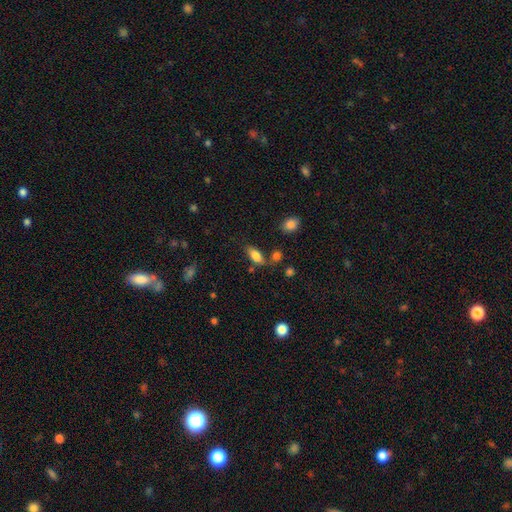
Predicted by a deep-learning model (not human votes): Smooth or featured?
  - smooth: 81% *
  - featured or disk: 11%
  - star or artifact: 8%
How rounded?
  - in between: 86% *
  - cigar-shaped: 10%
  - round: 3%
Merging?
  - none: 66% *
  - minor disturbance: 17%
  - merger: 11%
  - major disturbance: 6%